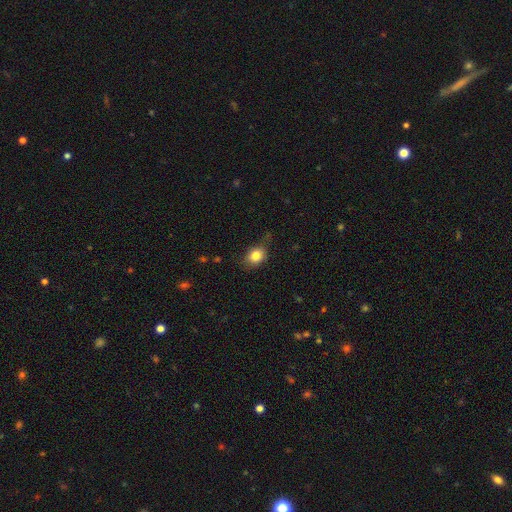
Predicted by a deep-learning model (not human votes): This appears to be a smooth galaxy with no disk features (83%) that is in between round and cigar-shaped (53%). Merging: none (67%).